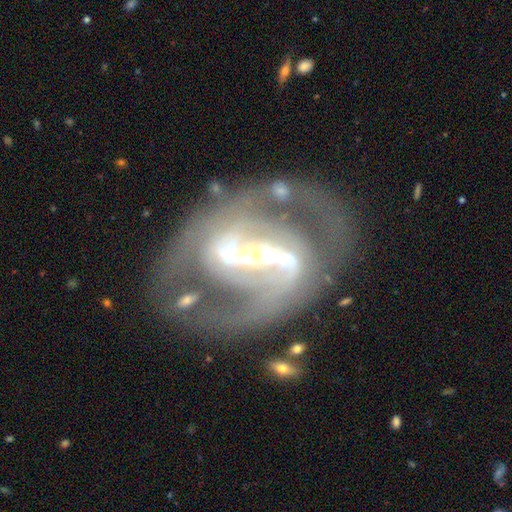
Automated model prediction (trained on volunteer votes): Morphology: type=featured or disk (88%); edge-on=no (96%); bar=strong (75%); spiral arms=yes (92%); winding=medium (50%); arm count=2 (83%); bulge=small (42%); merging=none (62%).